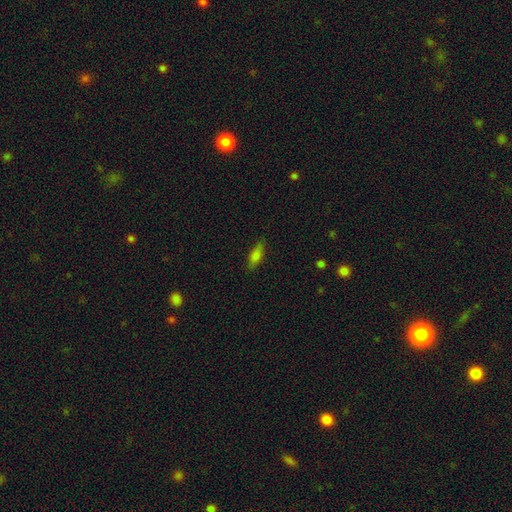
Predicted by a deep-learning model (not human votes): This appears to be a smooth galaxy with no disk features (77%) that is in between round and cigar-shaped (70%). Merging: none (81%).